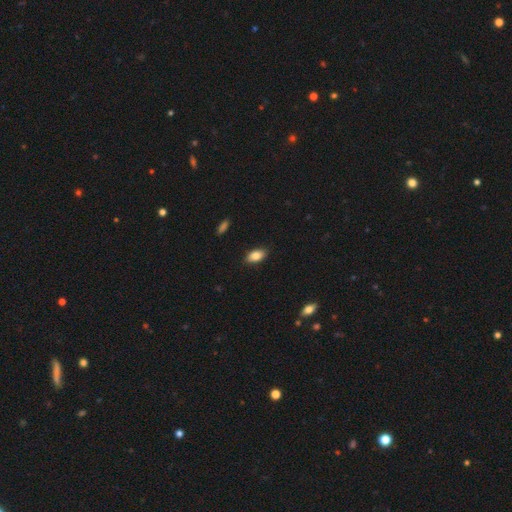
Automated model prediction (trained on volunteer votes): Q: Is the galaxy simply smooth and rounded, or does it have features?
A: smooth — 85%.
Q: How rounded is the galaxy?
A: in between — 92%.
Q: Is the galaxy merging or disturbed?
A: none — 87%.